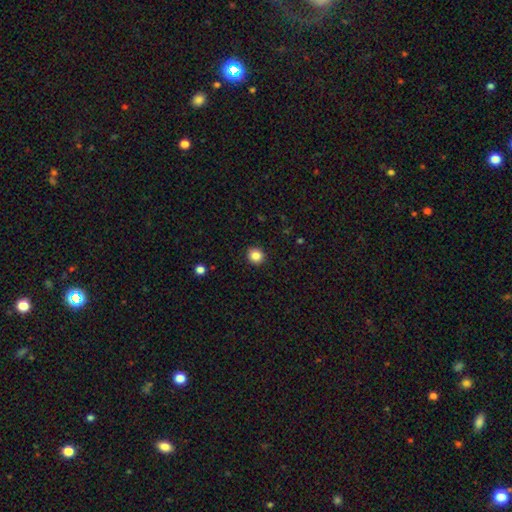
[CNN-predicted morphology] type=smooth (86%); roundness=round (91%); merging=none (92%).